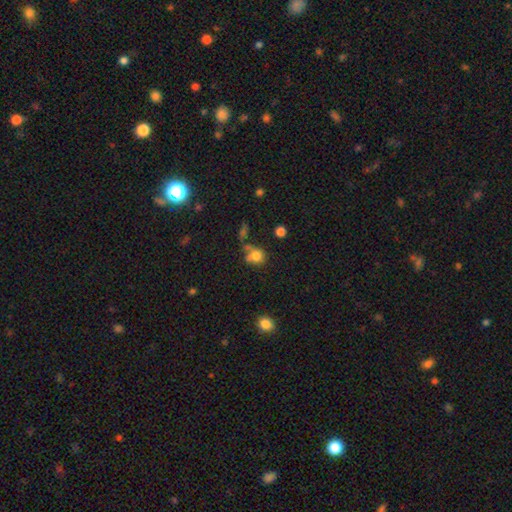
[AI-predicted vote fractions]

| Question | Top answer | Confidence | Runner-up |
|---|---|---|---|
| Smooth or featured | smooth | 79% | star or artifact (12%) |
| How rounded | round | 74% | in between (25%) |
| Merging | none | 52% | merger (22%) |